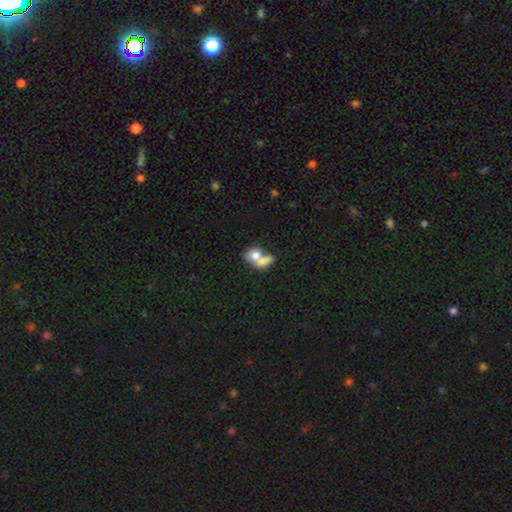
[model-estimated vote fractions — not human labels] Smooth or featured: smooth — 74% (featured or disk — 19%)
How rounded: in between — 59% (round — 37%)
Merging: merger — 67% (none — 21%)